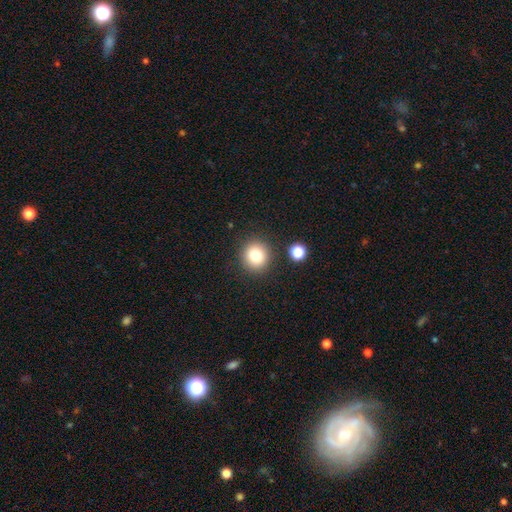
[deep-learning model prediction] A smooth galaxy with no disk features (79%) that is round (92%).

Vote fractions:
- Smooth or featured? smooth: 79% / star or artifact: 12% / featured or disk: 9%
- How rounded? round: 92% / in between: 7% / cigar-shaped: 1%
- Merging? none: 87% / minor disturbance: 7% / merger: 3% / major disturbance: 2%